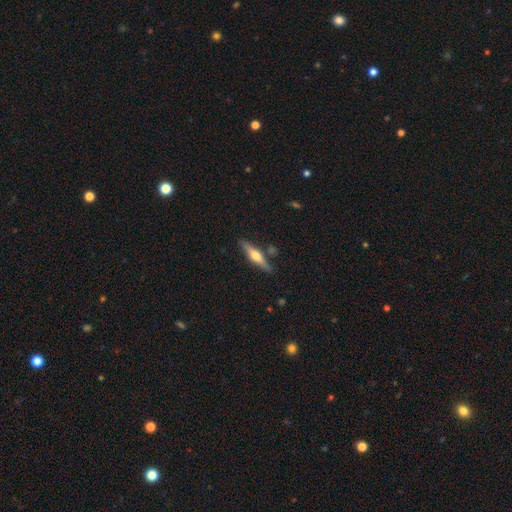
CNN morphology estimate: This is likely a featured or disk galaxy (61%). It is clearly viewed edge-on (96%). Edge-on bulge: clearly rounded (92%). Merging: clearly none (82%).